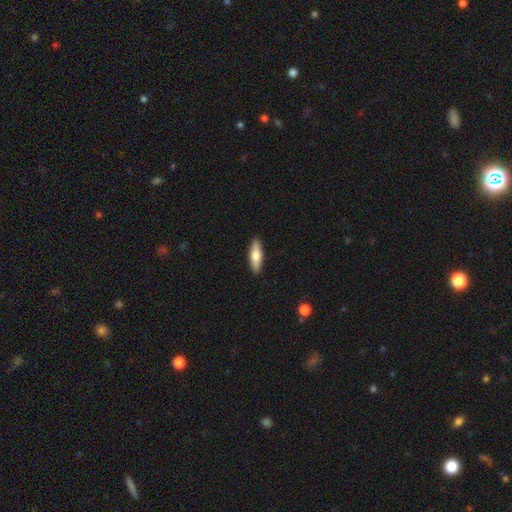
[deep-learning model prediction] The model was most divided on "how rounded": cigar-shaped: 56%, in between: 42%, round: 2%. More confident: merging — none (90%); smooth or featured — smooth (65%).